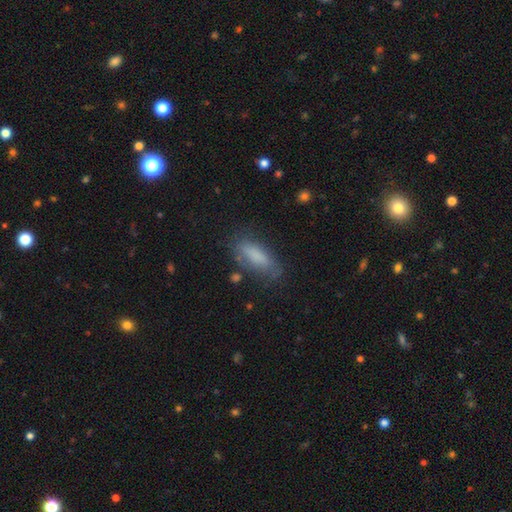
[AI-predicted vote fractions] A smooth galaxy with no disk features (78%) that is in between round and cigar-shaped (62%). Merging: none (69%).